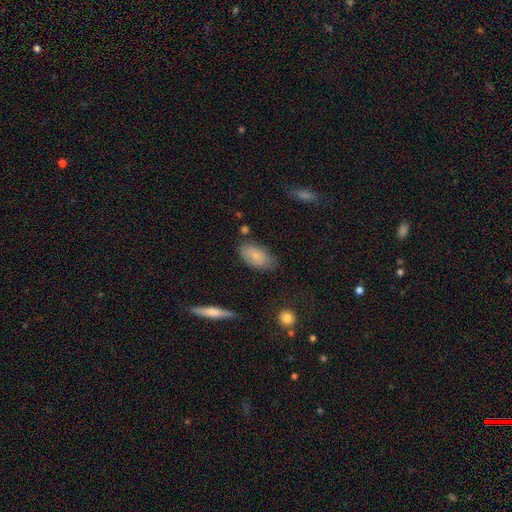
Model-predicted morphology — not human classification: Smooth or featured: smooth — 77% (featured or disk — 16%)
How rounded: in between — 92% (round — 4%)
Merging: none — 66% (minor disturbance — 25%)